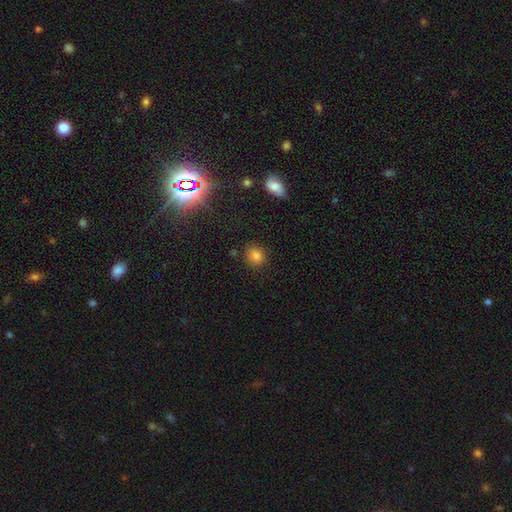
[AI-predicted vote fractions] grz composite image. It shows a smooth galaxy with no disk features (80%) that is round (75%). Merging: none (85%).